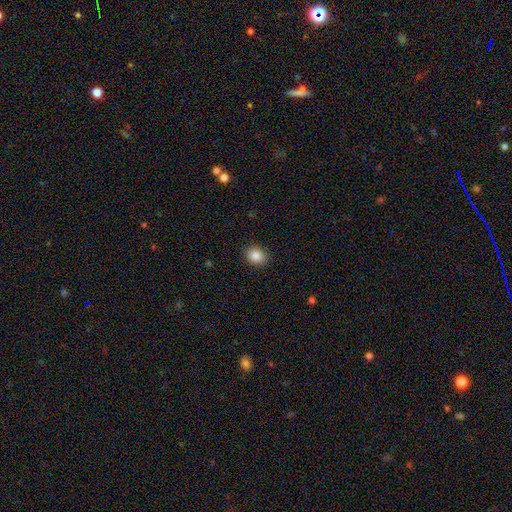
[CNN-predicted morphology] Overall: smooth (86%). How rounded: round (50%; in between 49%). Merging: none (89%).